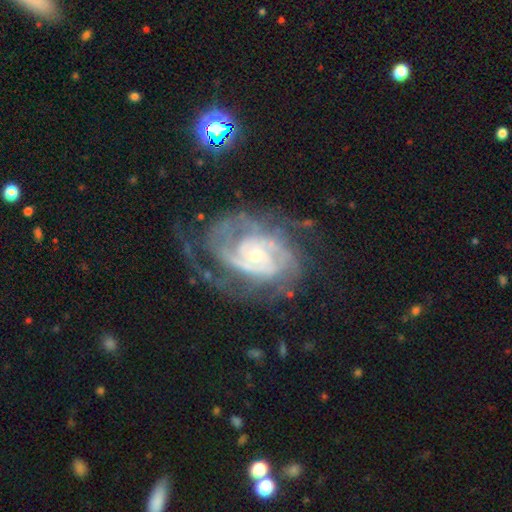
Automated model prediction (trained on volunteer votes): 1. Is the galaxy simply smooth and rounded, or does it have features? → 89% featured or disk, 5% smooth, 5% star or artifact.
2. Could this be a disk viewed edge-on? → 97% no, 3% yes.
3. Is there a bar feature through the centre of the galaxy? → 65% no, 27% weak, 8% strong.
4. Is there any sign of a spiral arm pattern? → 96% yes, 4% no.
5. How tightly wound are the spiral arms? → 64% tight, 30% medium, 7% loose.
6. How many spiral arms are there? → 36% 2, 26% can't tell, 19% 3, 8% 4, 6% 1, 5% more than 4.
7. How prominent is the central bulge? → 57% small, 38% moderate, 3% large, 1% none, 1% dominant.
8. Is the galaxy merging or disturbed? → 57% none, 21% minor disturbance, 20% major disturbance, 2% merger.